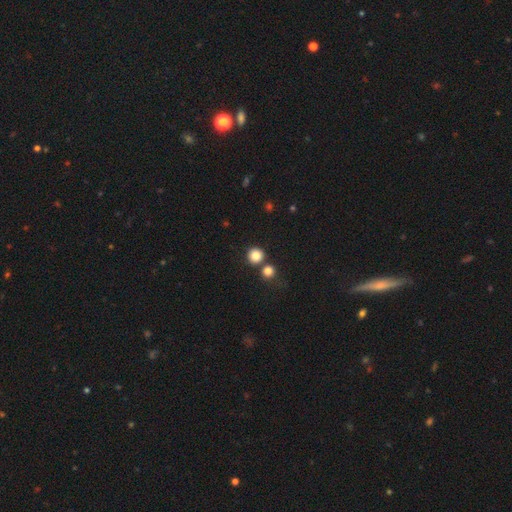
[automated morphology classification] This appears to be a smooth galaxy with no disk features (83%) that is round (93%). Merging: none (78%).